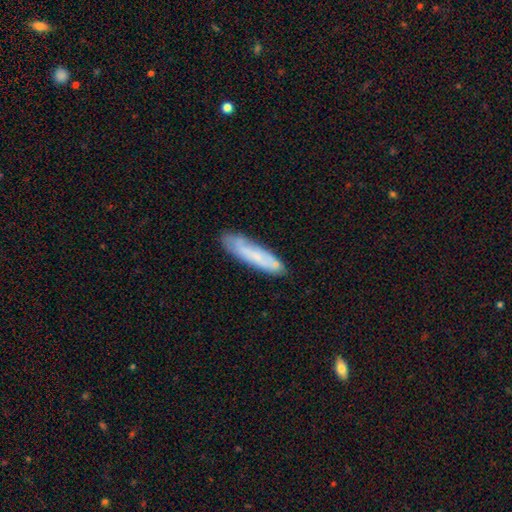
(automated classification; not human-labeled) Smooth or featured?
  - smooth: 61% *
  - featured or disk: 31%
  - star or artifact: 7%
How rounded?
  - cigar-shaped: 80% *
  - in between: 18%
  - round: 1%
Merging?
  - none: 74% *
  - minor disturbance: 18%
  - major disturbance: 4%
  - merger: 4%